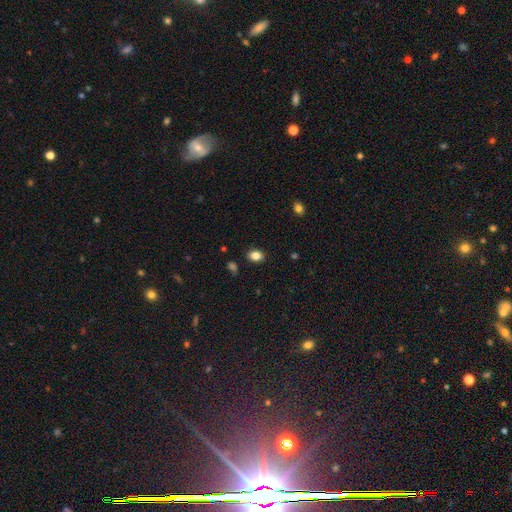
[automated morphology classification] Q: Smooth or featured?
A: smooth (84%); runner-up: star or artifact (10%)
Q: How rounded?
A: in between (73%); runner-up: round (26%)
Q: Merging?
A: none (86%); runner-up: minor disturbance (10%)